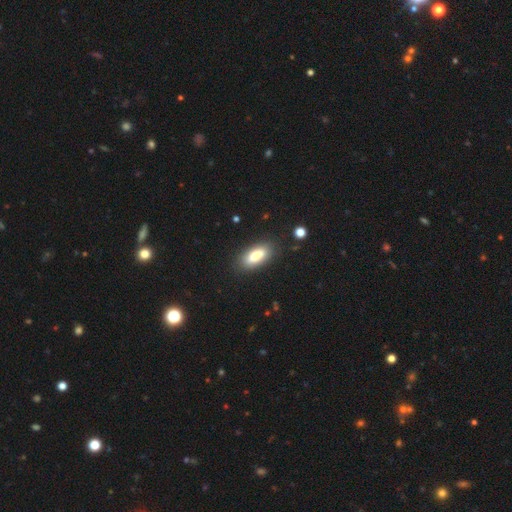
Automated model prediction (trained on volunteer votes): This is likely a smooth galaxy (80%). How rounded: clearly in between (82%). Merging: clearly none (85%).